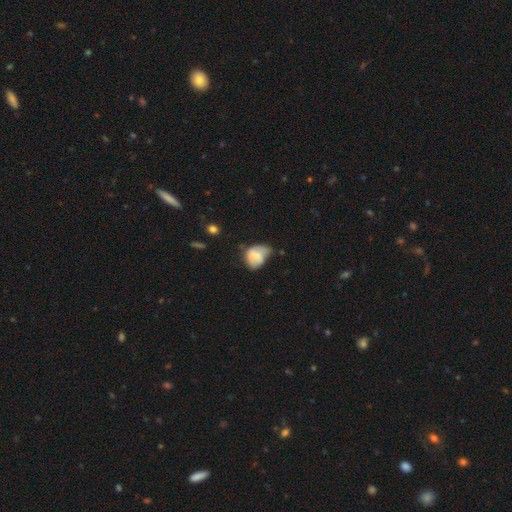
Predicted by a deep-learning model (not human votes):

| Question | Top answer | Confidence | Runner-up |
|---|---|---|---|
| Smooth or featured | smooth | 58% | featured or disk (34%) |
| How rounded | in between | 58% | round (41%) |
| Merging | minor disturbance | 42% | none (31%) |